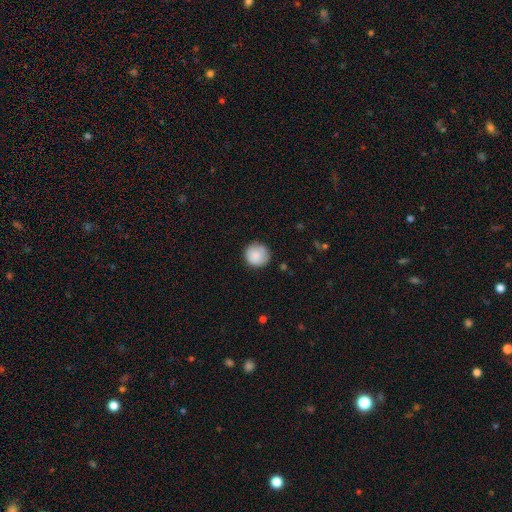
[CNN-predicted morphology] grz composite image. It shows a smooth galaxy with no disk features (87%) that is round (93%). Merging: none (84%).